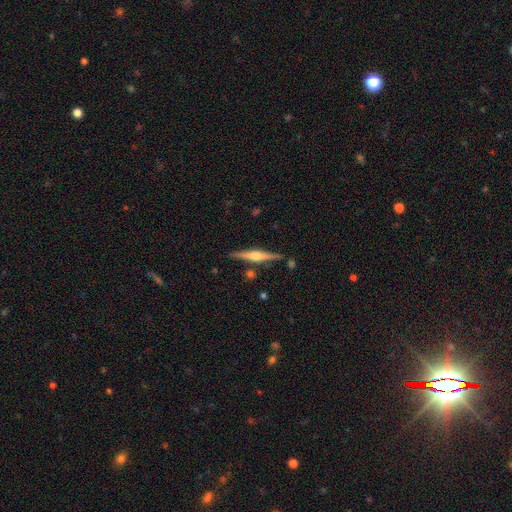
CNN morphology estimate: Overall: featured or disk (73%). Edge-on disk: yes (98%). Edge-on bulge: rounded (90%). Merging: none (86%).